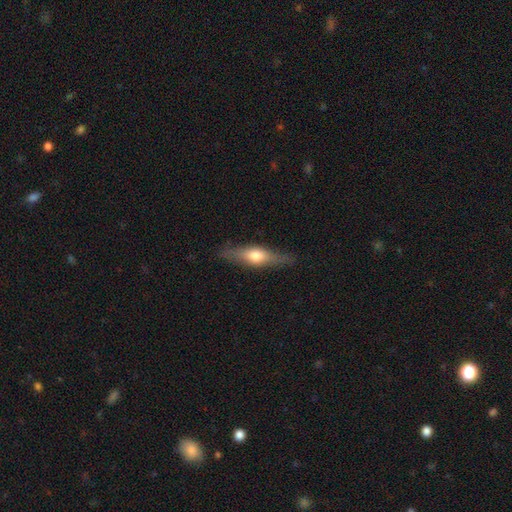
Volunteers were most divided on "smooth or featured": featured or disk: 52%, smooth: 38%, star or artifact: 10%. More confident: edge-on bulge — rounded (94%); merging — none (86%); edge-on disk — yes (76%).